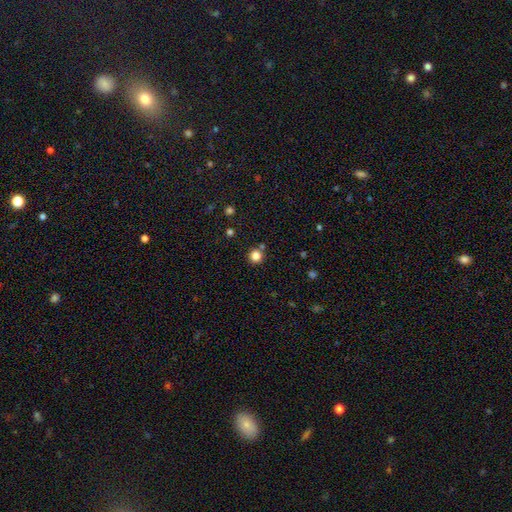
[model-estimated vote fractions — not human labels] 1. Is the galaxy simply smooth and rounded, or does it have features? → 82% smooth, 14% star or artifact, 4% featured or disk.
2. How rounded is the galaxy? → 95% round, 4% in between, 1% cigar-shaped.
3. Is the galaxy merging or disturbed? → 83% none, 8% merger, 7% minor disturbance, 2% major disturbance.